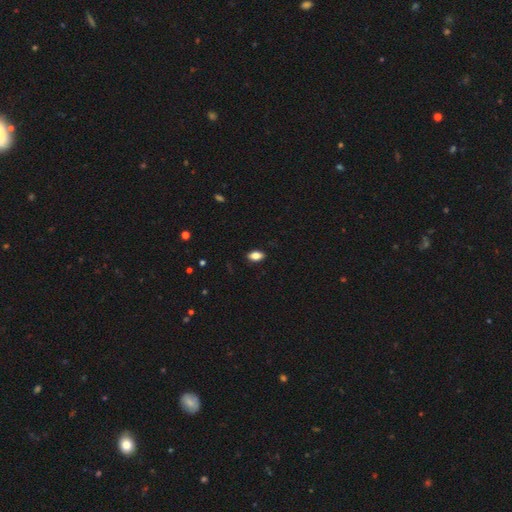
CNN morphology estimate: Smooth or featured?
  - smooth: 83% *
  - featured or disk: 9%
  - star or artifact: 8%
How rounded?
  - in between: 90% *
  - round: 6%
  - cigar-shaped: 5%
Merging?
  - none: 87% *
  - minor disturbance: 10%
  - major disturbance: 2%
  - merger: 1%